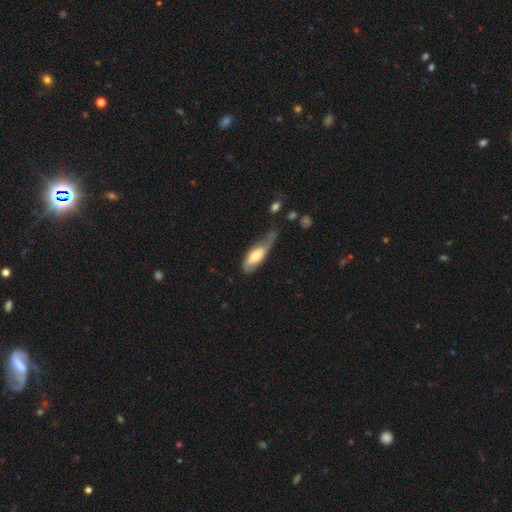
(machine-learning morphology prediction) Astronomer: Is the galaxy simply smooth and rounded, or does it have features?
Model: smooth — 55% (runner-up: featured or disk, 39%).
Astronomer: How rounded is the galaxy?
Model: in between — 77%.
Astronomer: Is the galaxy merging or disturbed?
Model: minor disturbance — 36% (runner-up: major disturbance, 30%).